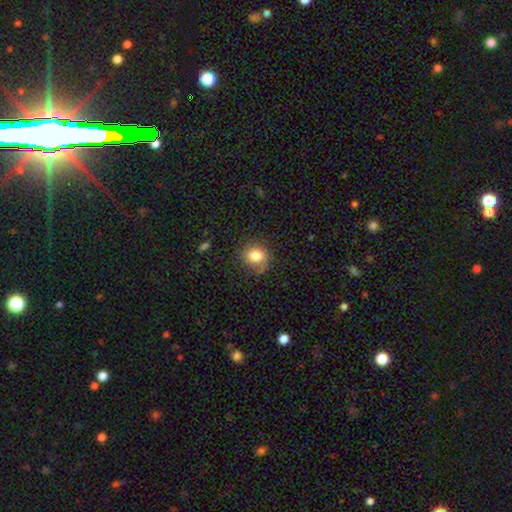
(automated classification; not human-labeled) Q: Smooth or featured?
A: smooth (81%); runner-up: star or artifact (11%)
Q: How rounded?
A: round (71%); runner-up: in between (28%)
Q: Merging?
A: none (77%); runner-up: minor disturbance (16%)